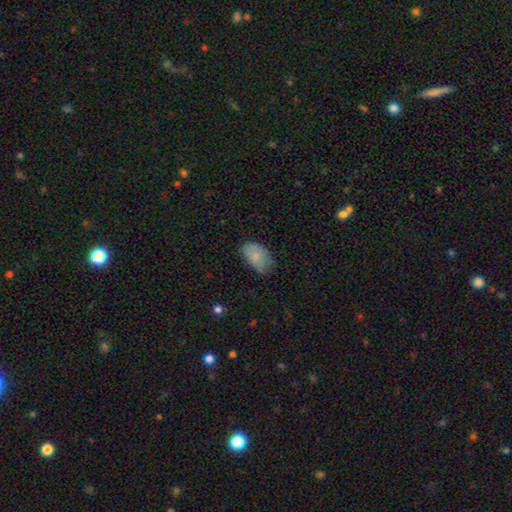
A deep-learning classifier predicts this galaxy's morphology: This appears to be a smooth galaxy with no disk features (80%) that is in between round and cigar-shaped (91%). Merging: none (67%).